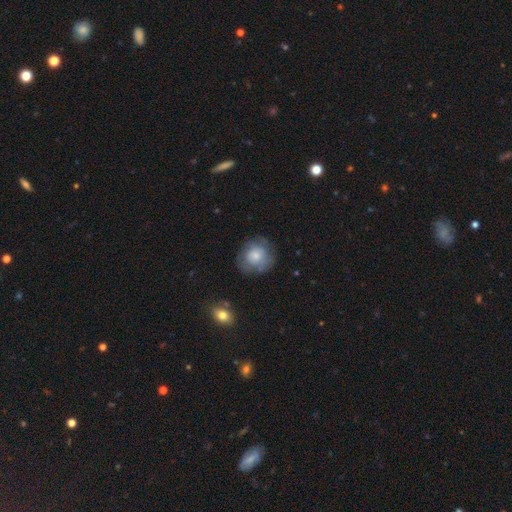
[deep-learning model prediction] A smooth galaxy with no disk features (66%) that is round (84%). Merging: none (66%).